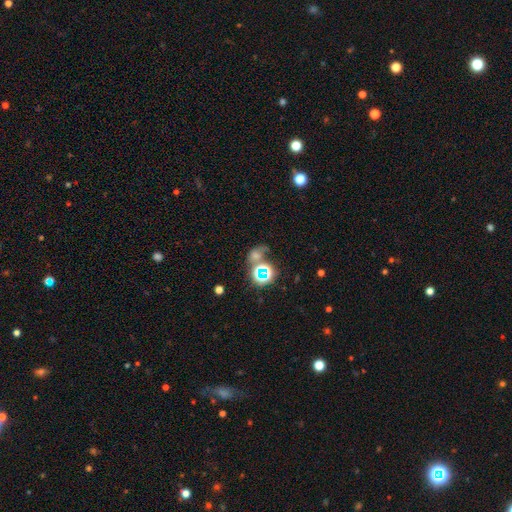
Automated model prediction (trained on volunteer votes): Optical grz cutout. It shows a star or artifact, not a galaxy (55%).